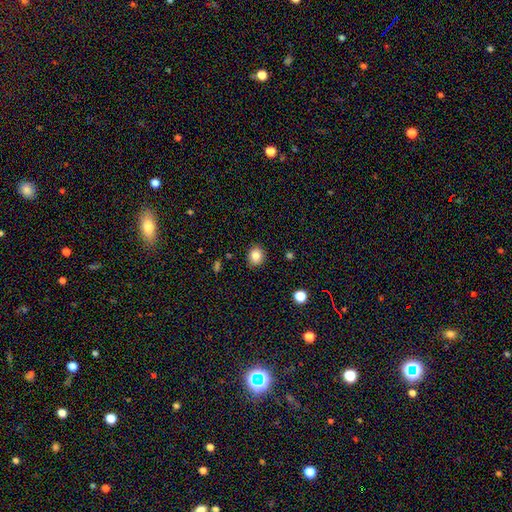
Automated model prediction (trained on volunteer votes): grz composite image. It shows a smooth galaxy with no disk features (85%) that is round (69%). Merging: none (88%).